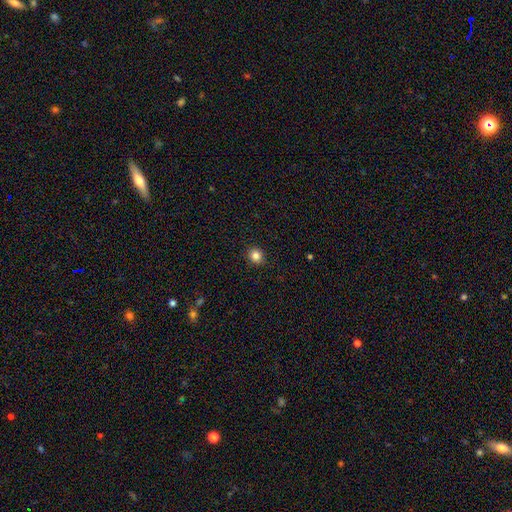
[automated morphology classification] This appears to be a smooth galaxy with no disk features (84%) that is round (80%). Merging: none (91%).